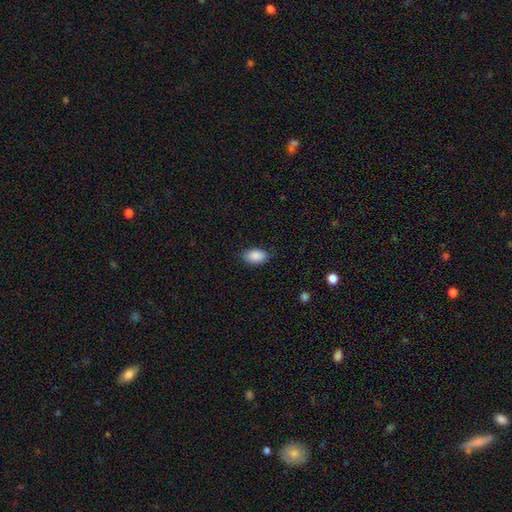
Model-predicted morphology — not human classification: The model was most divided on "merging": none: 82%, minor disturbance: 14%, major disturbance: 3%, merger: 1%. More confident: how rounded — in between (93%); smooth or featured — smooth (89%).